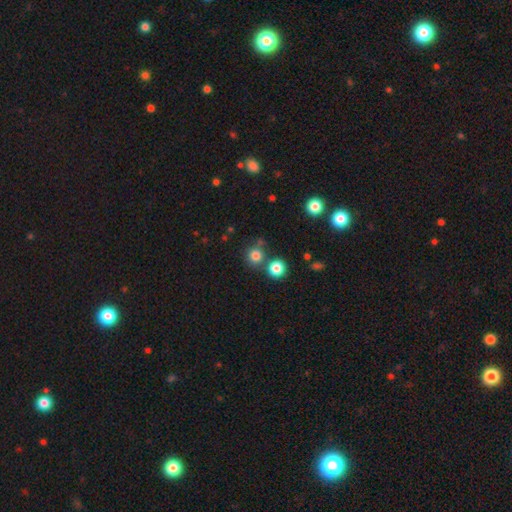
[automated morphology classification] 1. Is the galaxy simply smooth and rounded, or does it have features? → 79% smooth, 15% star or artifact, 6% featured or disk.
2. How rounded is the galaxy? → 91% round, 8% in between, 1% cigar-shaped.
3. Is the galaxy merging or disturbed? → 70% none, 18% merger, 9% minor disturbance, 3% major disturbance.